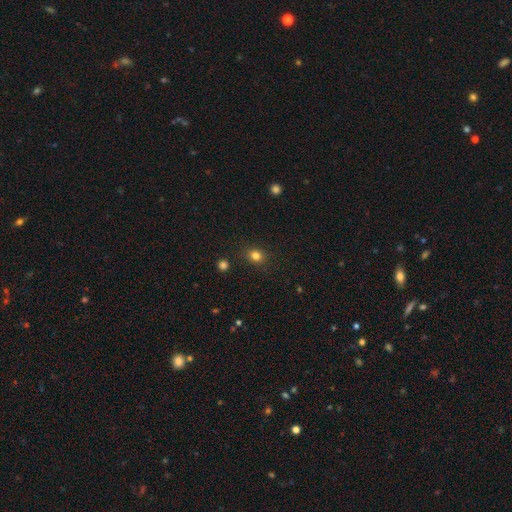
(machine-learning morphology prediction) type=smooth (81%); roundness=round (72%); merging=none (87%).